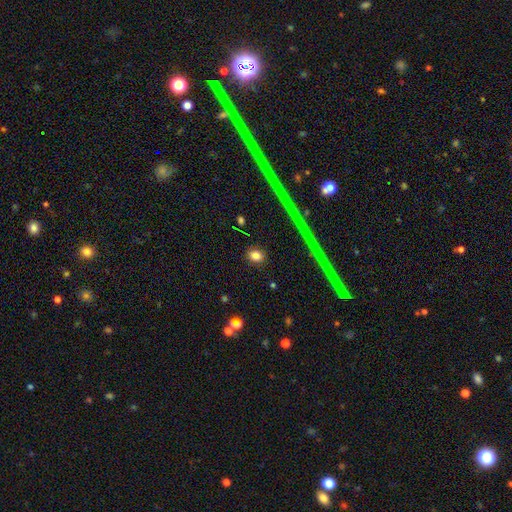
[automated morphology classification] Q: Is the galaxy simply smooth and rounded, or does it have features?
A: smooth — 81%.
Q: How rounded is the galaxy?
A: round — 56%.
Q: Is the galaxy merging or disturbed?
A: none — 89%.